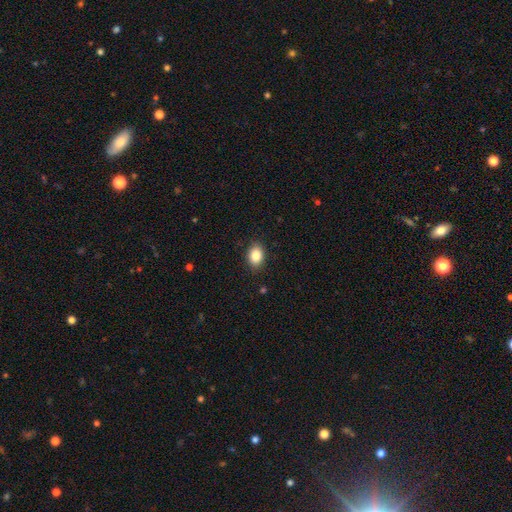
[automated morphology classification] smooth_or_featured: smooth (p=0.87) [alt: star or artifact p=0.08]
how_rounded: in between (p=0.75) [alt: round p=0.24]
merging: none (p=0.87) [alt: minor disturbance p=0.10]